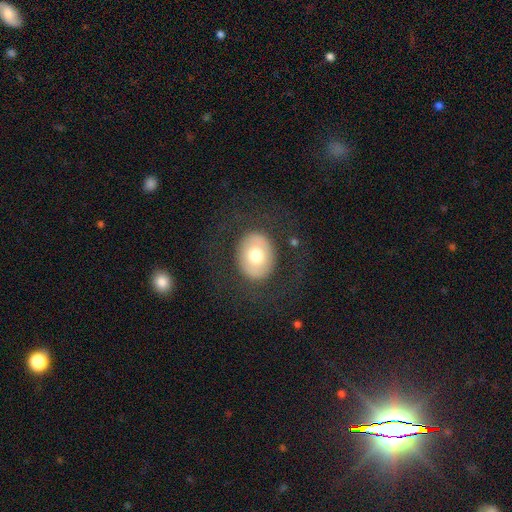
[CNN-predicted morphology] smooth-or-featured: smooth: 63% | featured or disk: 29% | star or artifact: 7%
  how-rounded: in between: 53% | round: 46% | cigar-shaped: 1%
  merging: none: 79% | minor disturbance: 10% | major disturbance: 9% | merger: 1%